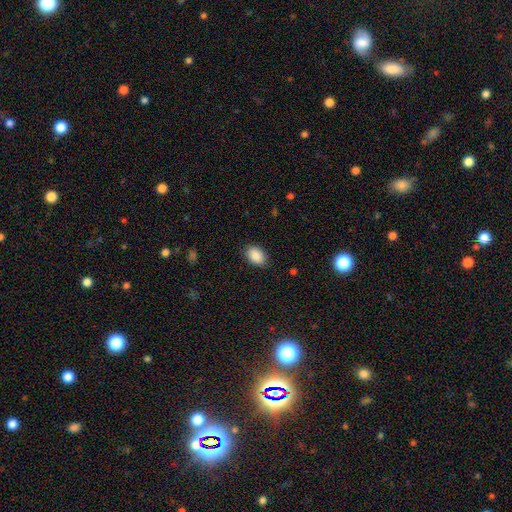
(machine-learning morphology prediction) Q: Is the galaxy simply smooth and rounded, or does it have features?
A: smooth — 89%.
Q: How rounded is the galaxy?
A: in between — 84%.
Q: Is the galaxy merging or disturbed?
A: none — 86%.